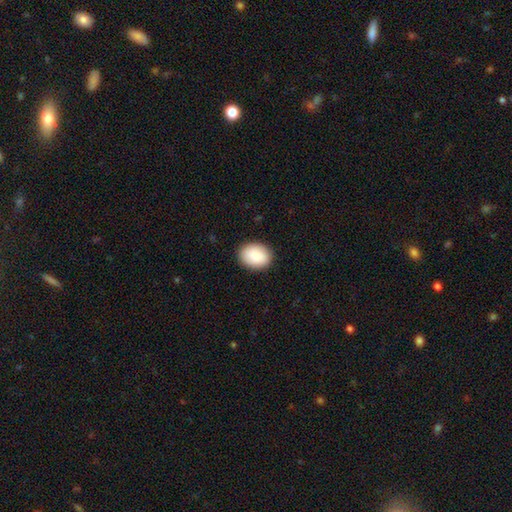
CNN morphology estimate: Smooth or featured? Predicted: smooth (p=0.87). How rounded? Predicted: in between (p=0.62). Merging? Predicted: none (p=0.89).